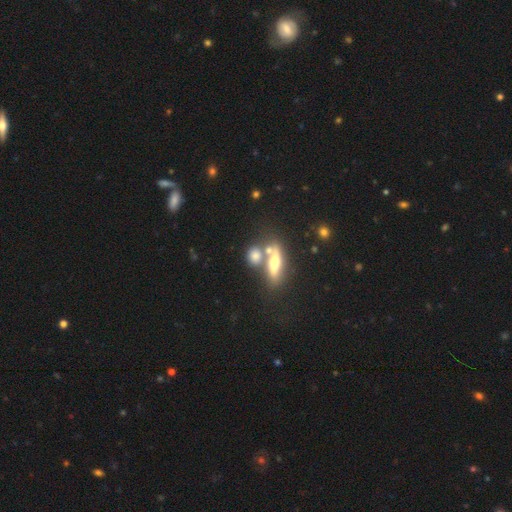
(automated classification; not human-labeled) This appears to be a smooth galaxy with no disk features (61%) that is round (41%). Merging: none (46%).